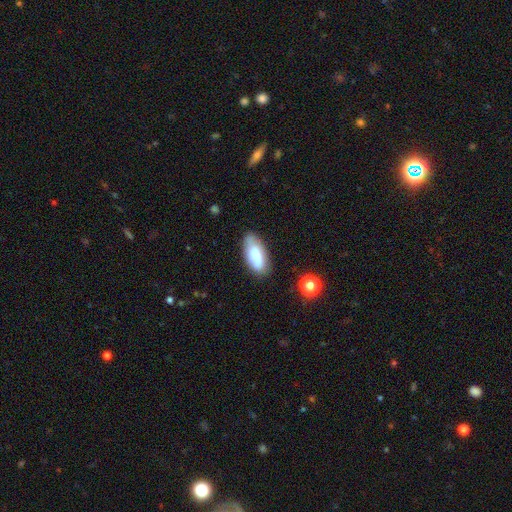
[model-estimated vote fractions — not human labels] A smooth galaxy with no disk features (76%) that is in between round and cigar-shaped (86%). Merging: none (72%).